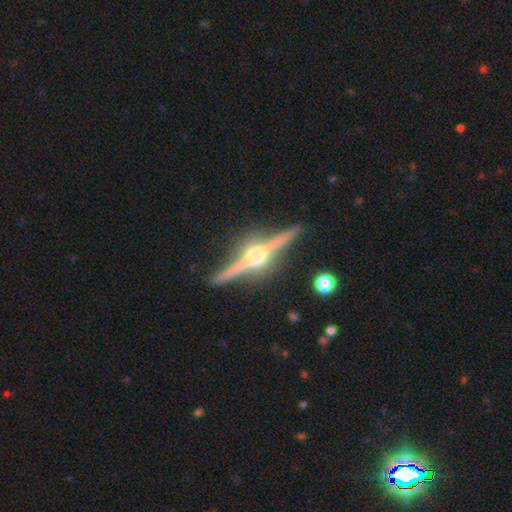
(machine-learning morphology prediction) The model was most divided on "smooth or featured": featured or disk: 88%, smooth: 7%, star or artifact: 6%. More confident: edge-on disk — yes (98%); edge-on bulge — rounded (95%); merging — none (89%).